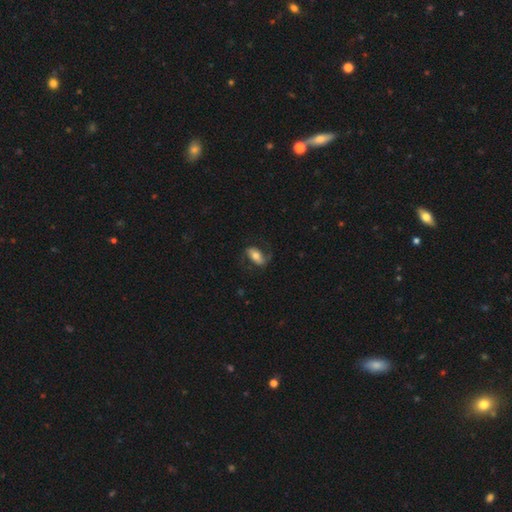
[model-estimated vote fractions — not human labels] This is possibly a featured or disk galaxy (52%). It is clearly not viewed edge-on (91%). Merging: likely none (67%).